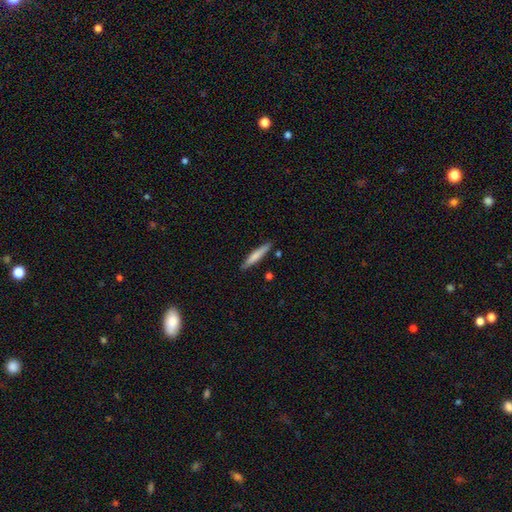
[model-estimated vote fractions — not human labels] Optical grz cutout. It shows a smooth galaxy with no disk features (69%) that is cigar-shaped (93%). Merging: none (86%).